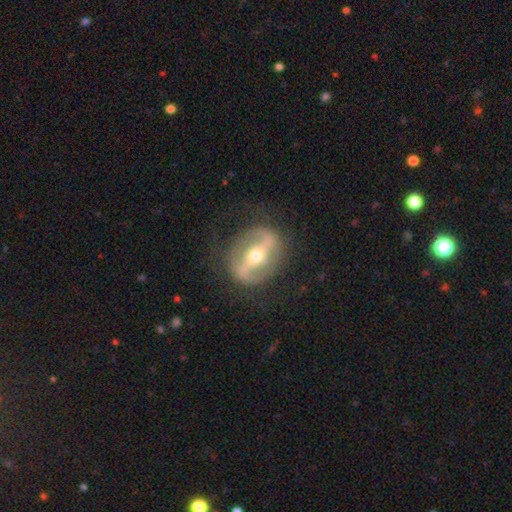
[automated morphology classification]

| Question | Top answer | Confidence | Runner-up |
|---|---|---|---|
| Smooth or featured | featured or disk | 81% | smooth (14%) |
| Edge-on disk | no | 90% | yes (10%) |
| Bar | strong | 68% | weak (19%) |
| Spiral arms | yes | 61% | no (39%) |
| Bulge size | moderate | 57% | small (38%) |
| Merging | none | 79% | minor disturbance (12%) |